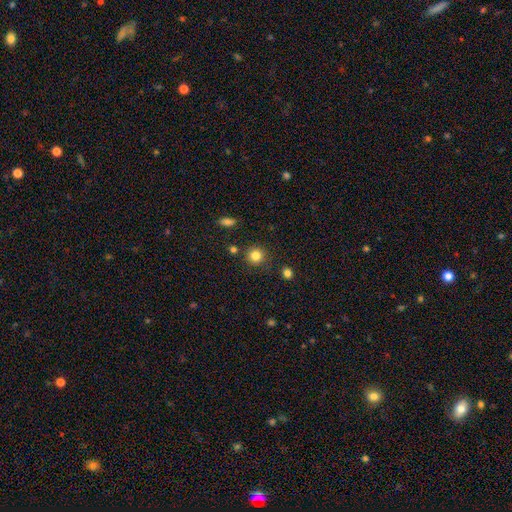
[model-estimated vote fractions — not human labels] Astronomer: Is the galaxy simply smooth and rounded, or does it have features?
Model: smooth — 83%.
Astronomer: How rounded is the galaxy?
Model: round — 93%.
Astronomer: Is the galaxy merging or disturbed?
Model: none — 87%.